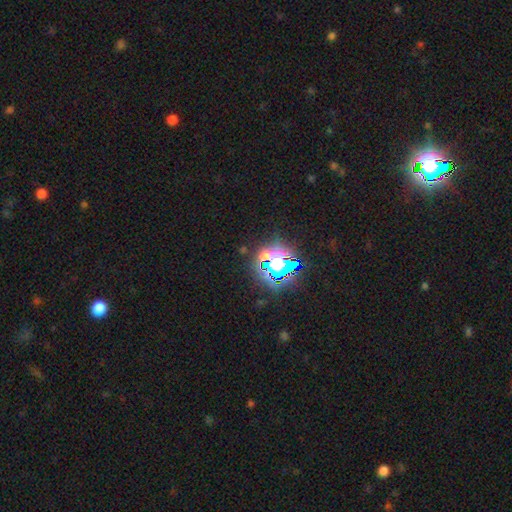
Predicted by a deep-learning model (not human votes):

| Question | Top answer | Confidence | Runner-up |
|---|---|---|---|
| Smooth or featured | star or artifact | 83% | smooth (11%) |